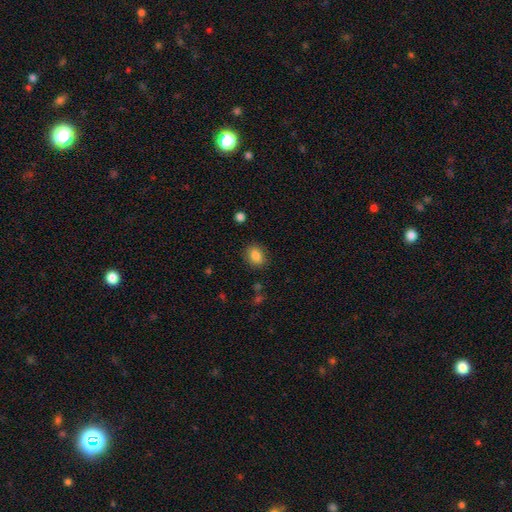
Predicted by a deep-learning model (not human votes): Smooth or featured?
  - smooth: 85% *
  - star or artifact: 9%
  - featured or disk: 5%
How rounded?
  - in between: 60% *
  - round: 39%
  - cigar-shaped: 1%
Merging?
  - none: 85% *
  - minor disturbance: 10%
  - major disturbance: 3%
  - merger: 2%